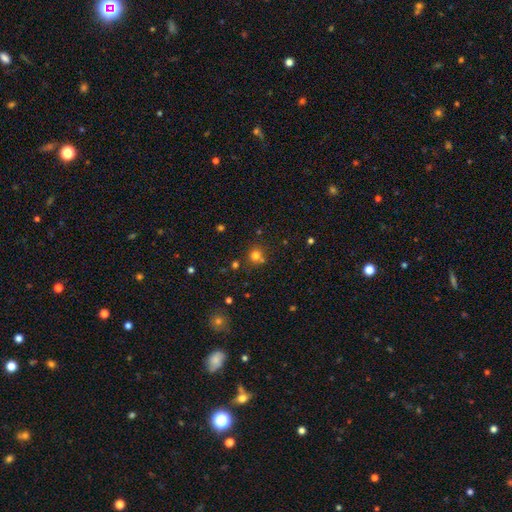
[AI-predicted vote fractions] Smooth or featured? Predicted: smooth (p=0.74). How rounded? Predicted: round (p=0.89). Merging? Predicted: none (p=0.73).